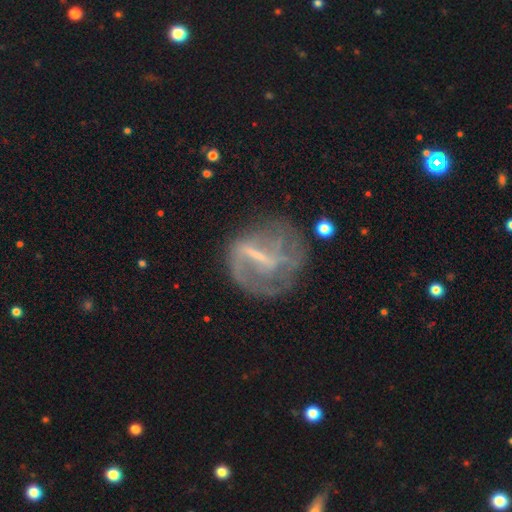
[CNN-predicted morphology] Q: Smooth or featured?
A: featured or disk (71%); runner-up: smooth (17%)
Q: Edge-on disk?
A: no (94%); runner-up: yes (6%)
Q: Bar?
A: strong (54%); runner-up: weak (33%)
Q: Spiral arms?
A: yes (66%); runner-up: no (34%)
Q: Bulge size?
A: small (42%); runner-up: none (38%)
Q: Merging?
A: none (60%); runner-up: minor disturbance (19%)